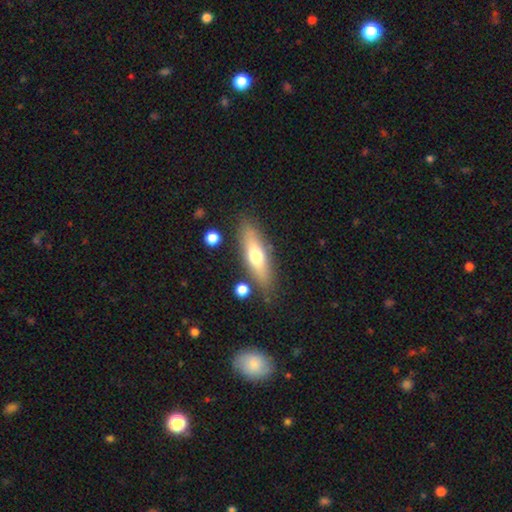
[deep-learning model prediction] Morphology: type=smooth (56%); roundness=cigar-shaped (58%); merging=none (82%).